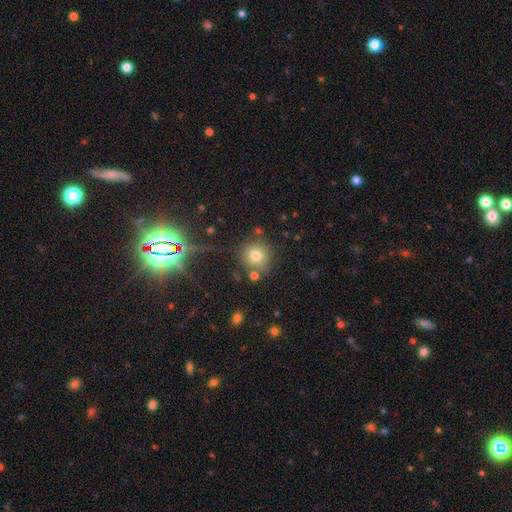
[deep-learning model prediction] A smooth galaxy with no disk features (75%) that is round (92%).

Vote fractions:
- Smooth or featured? smooth: 75% / star or artifact: 15% / featured or disk: 10%
- How rounded? round: 92% / in between: 7% / cigar-shaped: 1%
- Merging? none: 77% / minor disturbance: 10% / merger: 9% / major disturbance: 4%